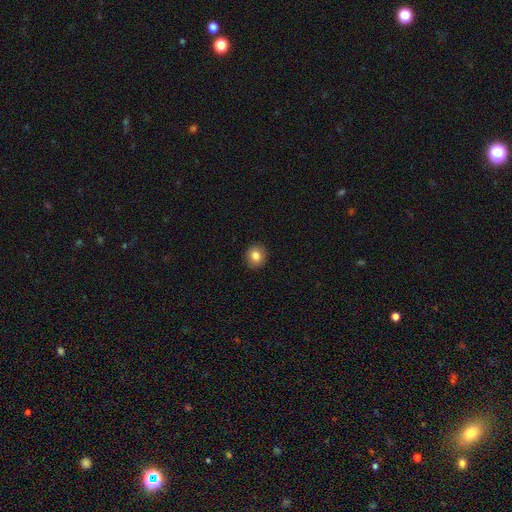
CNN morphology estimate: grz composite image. It shows a smooth galaxy with no disk features (83%) that is round (84%). Merging: none (91%).